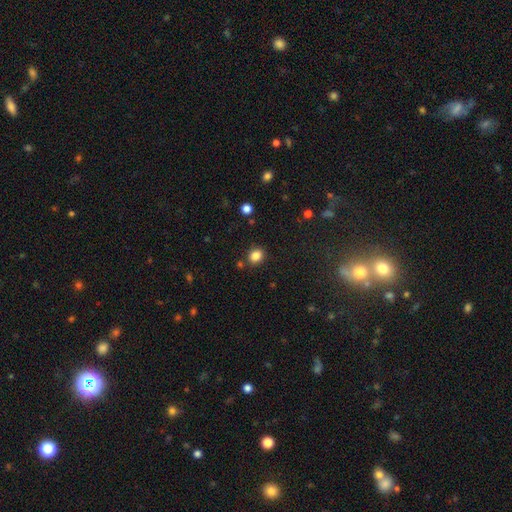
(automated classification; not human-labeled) smooth-or-featured: smooth: 85% | star or artifact: 11% | featured or disk: 4%
  how-rounded: round: 58% | in between: 41% | cigar-shaped: 1%
  merging: none: 83% | minor disturbance: 9% | merger: 4% | major disturbance: 3%